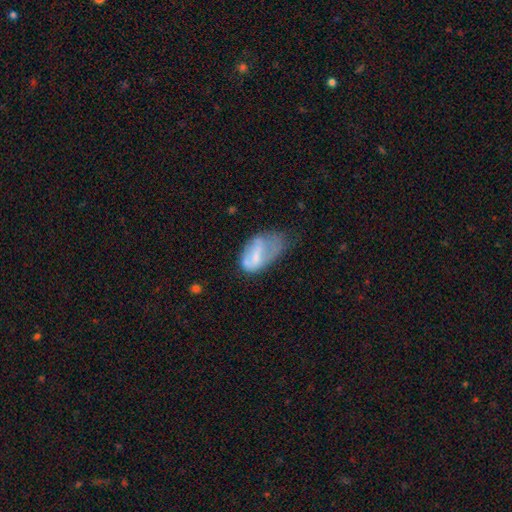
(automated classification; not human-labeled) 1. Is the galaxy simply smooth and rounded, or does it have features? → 55% smooth, 37% featured or disk, 8% star or artifact.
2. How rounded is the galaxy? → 91% in between, 5% round, 3% cigar-shaped.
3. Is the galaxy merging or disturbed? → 35% minor disturbance (tied), 35% major disturbance (tied), 24% none, 6% merger.